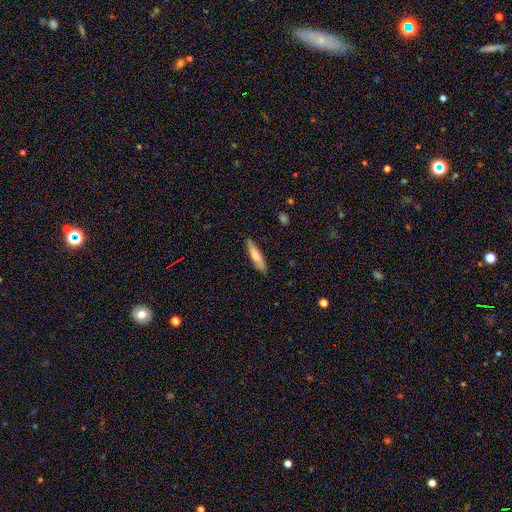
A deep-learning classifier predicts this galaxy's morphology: Overall: smooth (70%). How rounded: cigar-shaped (78%). Merging: none (85%).